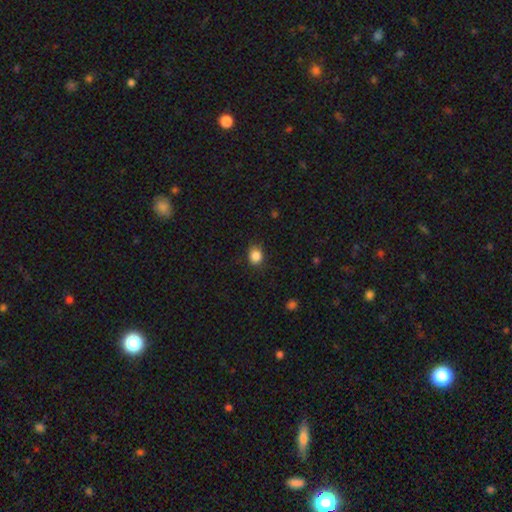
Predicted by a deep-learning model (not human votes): Smooth or featured: smooth — 86% (star or artifact — 10%)
How rounded: round — 68% (in between — 31%)
Merging: none — 78% (minor disturbance — 17%)